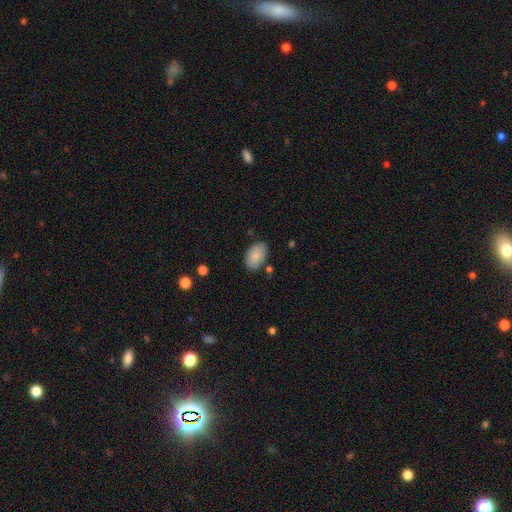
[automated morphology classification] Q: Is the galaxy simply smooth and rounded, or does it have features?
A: smooth — 85%.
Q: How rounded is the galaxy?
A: in between — 92%.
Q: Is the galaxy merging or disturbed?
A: none — 80%.